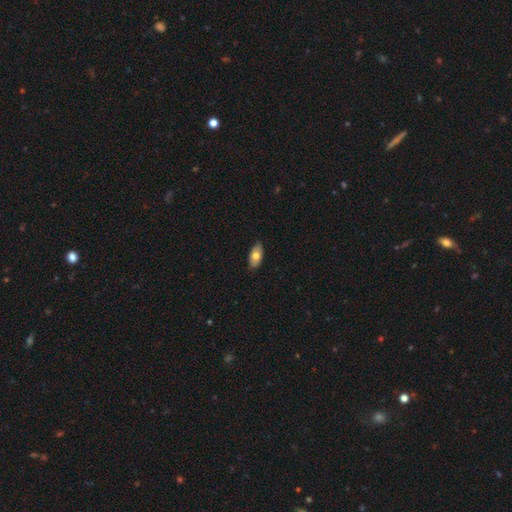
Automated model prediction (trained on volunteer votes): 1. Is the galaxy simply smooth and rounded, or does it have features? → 74% smooth, 20% featured or disk, 6% star or artifact.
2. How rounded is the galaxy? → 92% in between, 5% cigar-shaped, 3% round.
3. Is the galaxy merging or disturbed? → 86% none, 11% minor disturbance, 2% major disturbance, 1% merger.